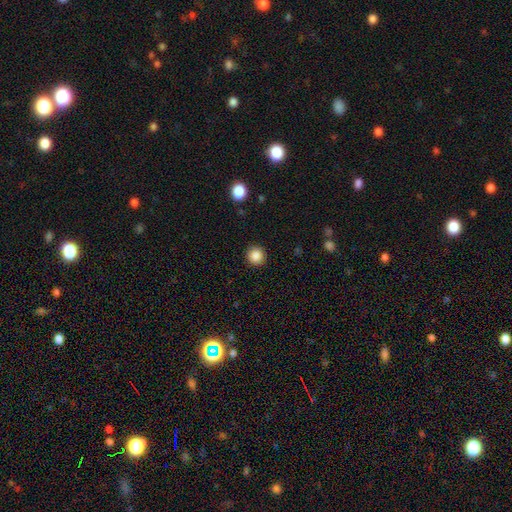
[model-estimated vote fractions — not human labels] smooth 86%, star or artifact 10%, featured or disk 4%. Down the decision tree: how rounded — round (92%); merging — none (91%).